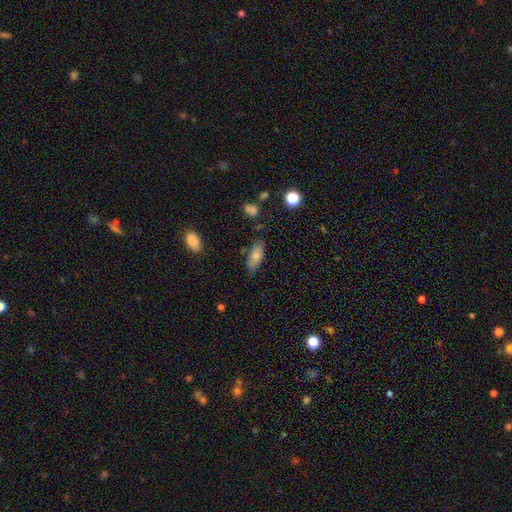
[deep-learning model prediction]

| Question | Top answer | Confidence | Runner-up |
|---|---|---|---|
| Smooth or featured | smooth | 80% | featured or disk (13%) |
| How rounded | in between | 80% | cigar-shaped (18%) |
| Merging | none | 76% | minor disturbance (17%) |